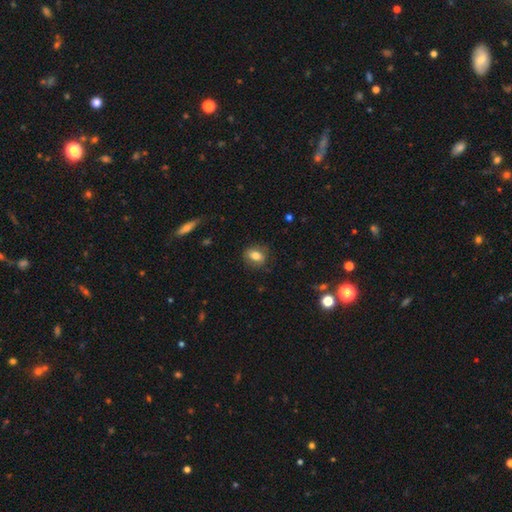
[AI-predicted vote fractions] Morphology: type=smooth (77%); roundness=in between (63%); merging=none (81%).